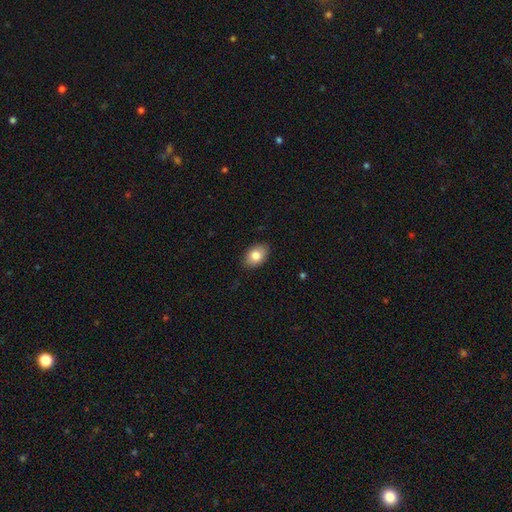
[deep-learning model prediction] This appears to be a smooth galaxy with no disk features (82%) that is in between round and cigar-shaped (85%). Merging: none (87%).